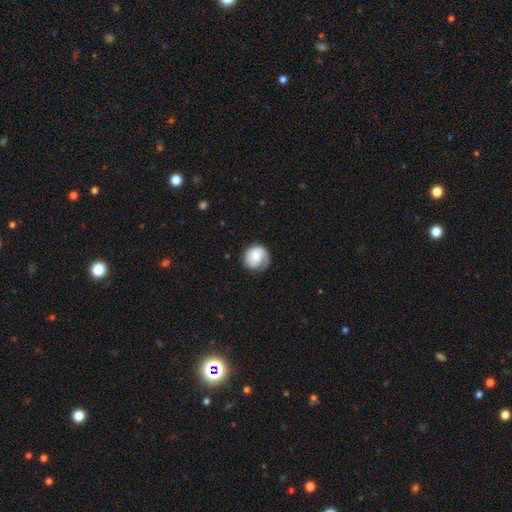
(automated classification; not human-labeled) smooth_or_featured: smooth (p=0.47) [alt: featured or disk p=0.46]
merging: none (p=0.69) [alt: minor disturbance p=0.22]